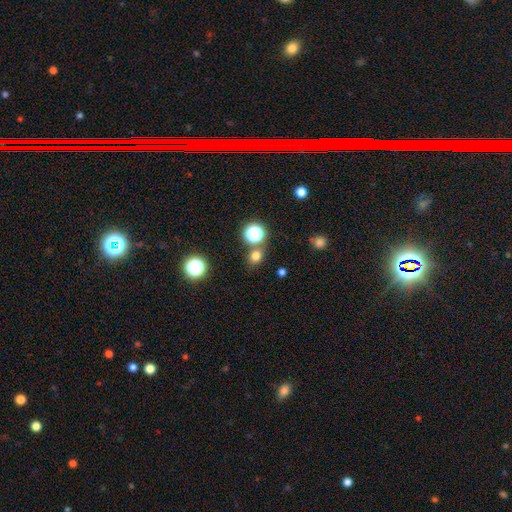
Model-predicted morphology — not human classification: smooth-or-featured: smooth: 71% | star or artifact: 23% | featured or disk: 6%
  how-rounded: round: 78% | in between: 21% | cigar-shaped: 1%
  merging: none: 75% | merger: 13% | minor disturbance: 8% | major disturbance: 3%